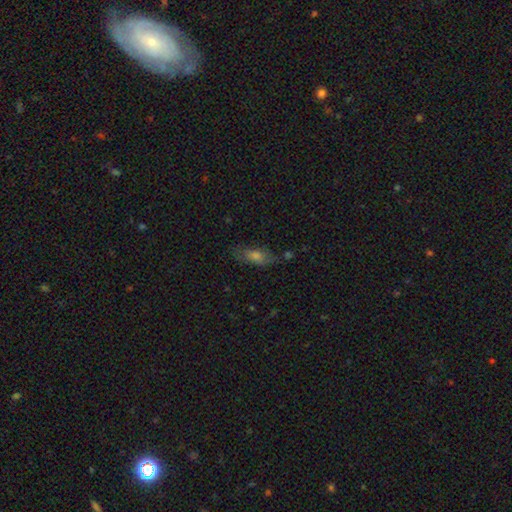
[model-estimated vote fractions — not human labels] The model was most divided on "smooth or featured": smooth: 57%, featured or disk: 27%, star or artifact: 15%. More confident: merging — none (71%); how rounded — in between (65%).